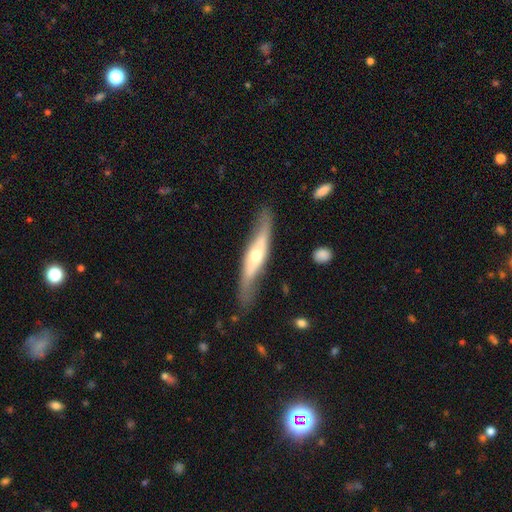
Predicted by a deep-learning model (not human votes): This appears to be a featured or disk galaxy (64%) viewed edge-on (73%). Merging: none (75%).